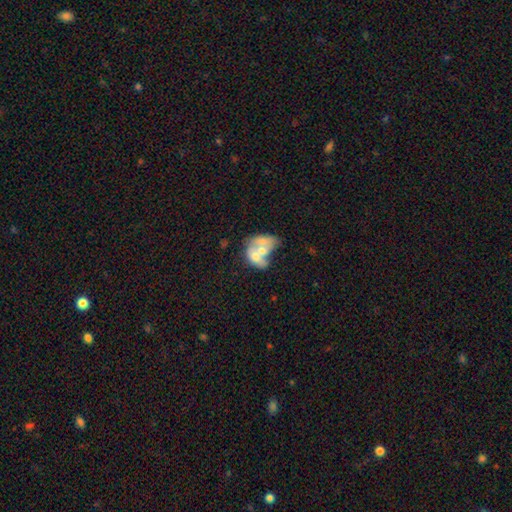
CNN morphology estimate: type=smooth (47%); merging=merger (74%).